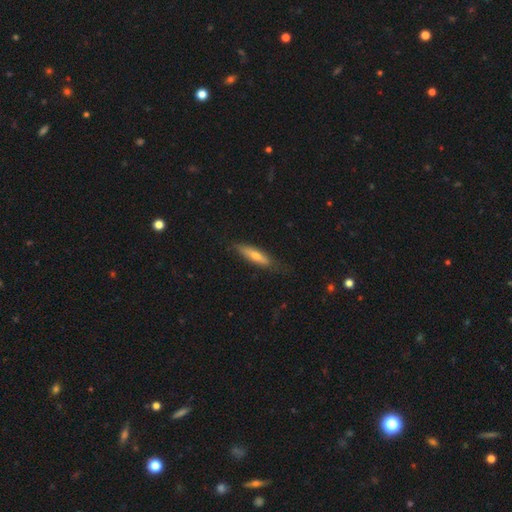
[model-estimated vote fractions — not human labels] Smooth or featured?
  - smooth: 60% *
  - featured or disk: 34%
  - star or artifact: 6%
How rounded?
  - cigar-shaped: 75% *
  - in between: 24%
  - round: 2%
Merging?
  - none: 76% *
  - minor disturbance: 19%
  - major disturbance: 4%
  - merger: 1%